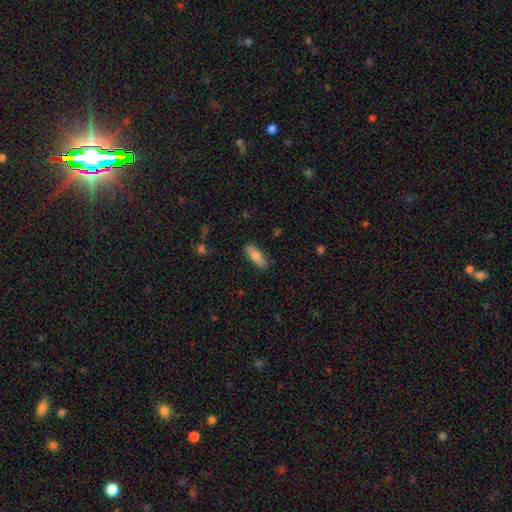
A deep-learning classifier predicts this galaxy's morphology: Smooth or featured?
  - smooth: 76% *
  - featured or disk: 18%
  - star or artifact: 6%
How rounded?
  - in between: 67% *
  - cigar-shaped: 31%
  - round: 2%
Merging?
  - none: 85% *
  - minor disturbance: 12%
  - major disturbance: 2%
  - merger: 1%